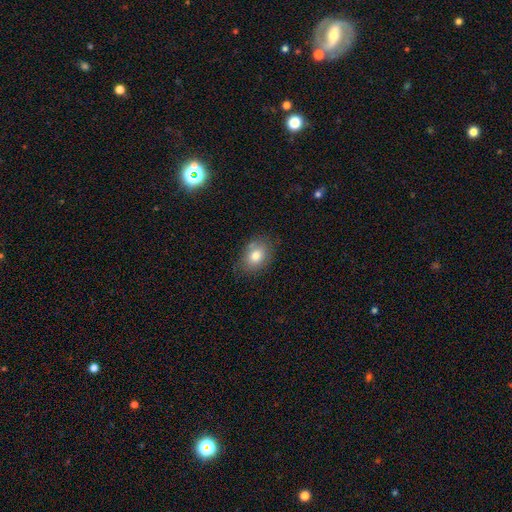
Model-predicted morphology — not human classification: Overall: smooth (79%). How rounded: in between (70%). Merging: none (75%).